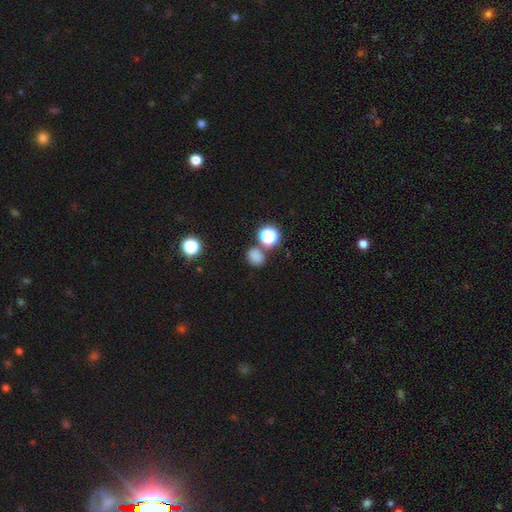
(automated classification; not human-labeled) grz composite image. It shows a smooth galaxy with no disk features (76%) that is round (65%). Merging: none (72%).